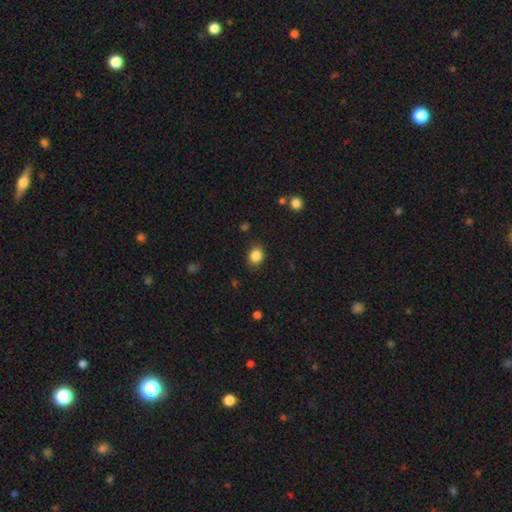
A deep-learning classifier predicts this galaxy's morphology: smooth-or-featured: smooth: 86% | star or artifact: 10% | featured or disk: 4%
  how-rounded: round: 61% | in between: 38% | cigar-shaped: 1%
  merging: none: 85% | minor disturbance: 11% | major disturbance: 3% | merger: 1%